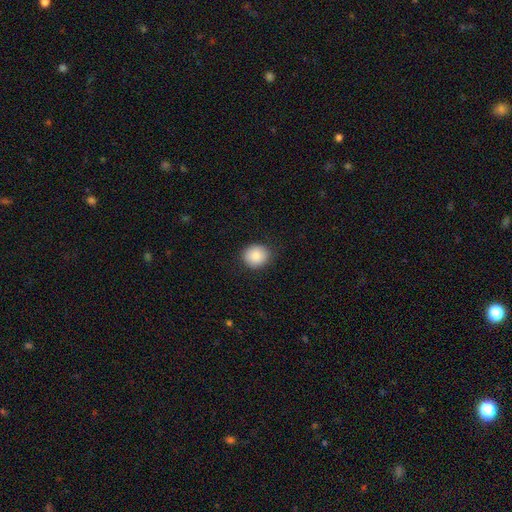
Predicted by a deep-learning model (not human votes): Smooth or featured? Predicted: smooth (p=0.87). How rounded? Predicted: round (p=0.80). Merging? Predicted: none (p=0.87).